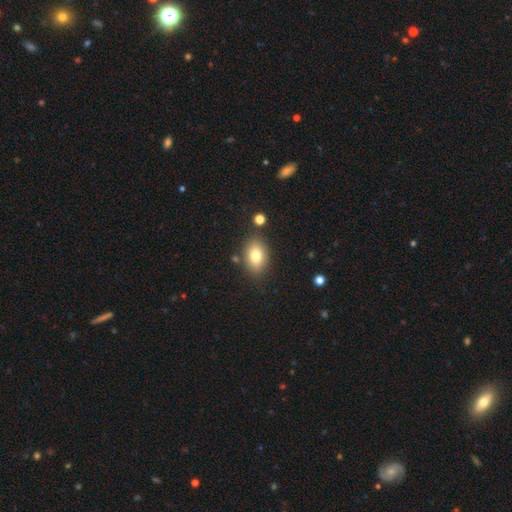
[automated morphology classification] A smooth galaxy with no disk features (80%) that is in between round and cigar-shaped (82%). Merging: none (81%).